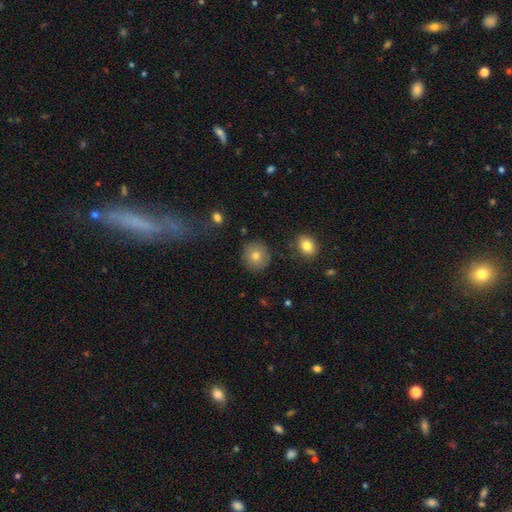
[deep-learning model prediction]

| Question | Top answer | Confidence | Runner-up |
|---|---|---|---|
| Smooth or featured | smooth | 76% | featured or disk (13%) |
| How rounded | round | 90% | in between (9%) |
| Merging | none | 86% | minor disturbance (9%) |